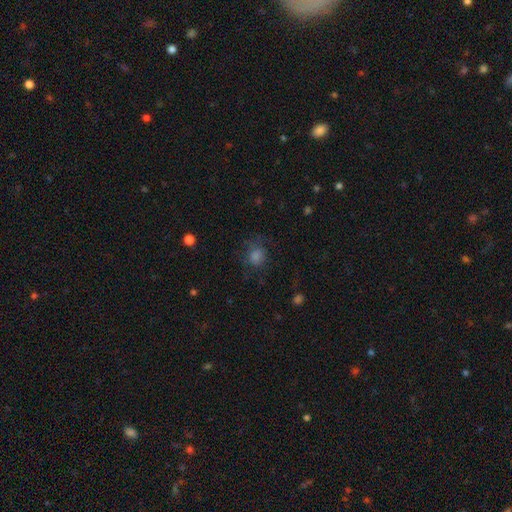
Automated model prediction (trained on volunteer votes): Smooth or featured: smooth — 62% (star or artifact — 21%)
How rounded: round — 69% (in between — 30%)
Merging: none — 63% (minor disturbance — 19%)